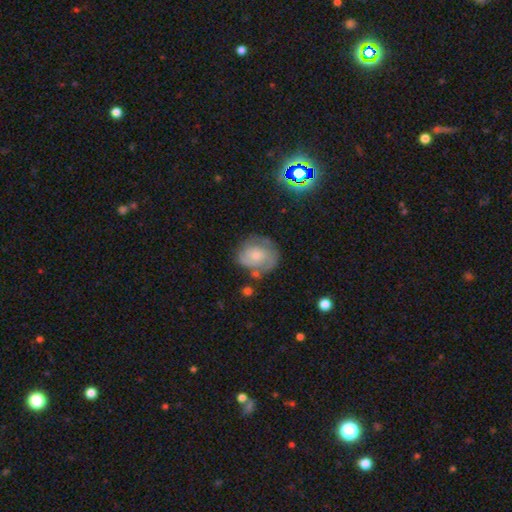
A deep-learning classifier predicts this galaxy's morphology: type=smooth (51%); roundness=round (64%); merging=none (53%).